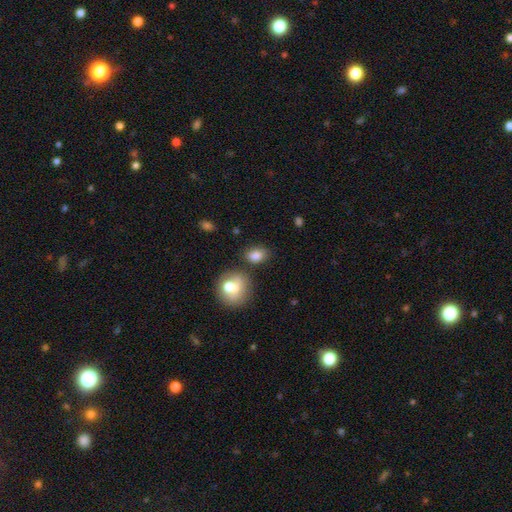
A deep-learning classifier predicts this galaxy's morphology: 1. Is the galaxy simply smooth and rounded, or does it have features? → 82% smooth, 11% star or artifact, 7% featured or disk.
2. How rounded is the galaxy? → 70% in between, 29% round, 1% cigar-shaped.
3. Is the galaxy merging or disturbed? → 70% none, 15% minor disturbance, 11% merger, 5% major disturbance.